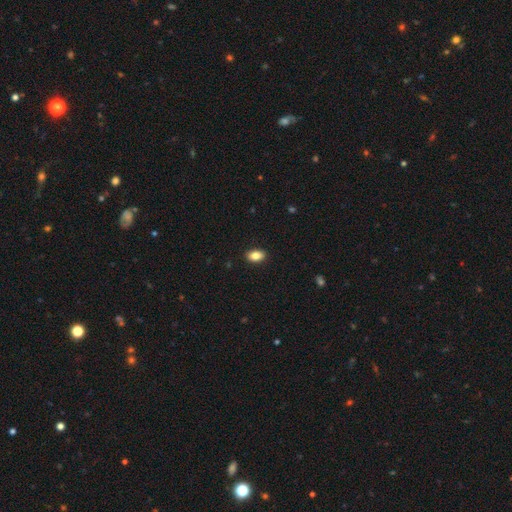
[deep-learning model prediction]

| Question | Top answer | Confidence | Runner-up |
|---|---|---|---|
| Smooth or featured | smooth | 85% | star or artifact (8%) |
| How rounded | in between | 89% | round (9%) |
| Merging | none | 90% | minor disturbance (8%) |